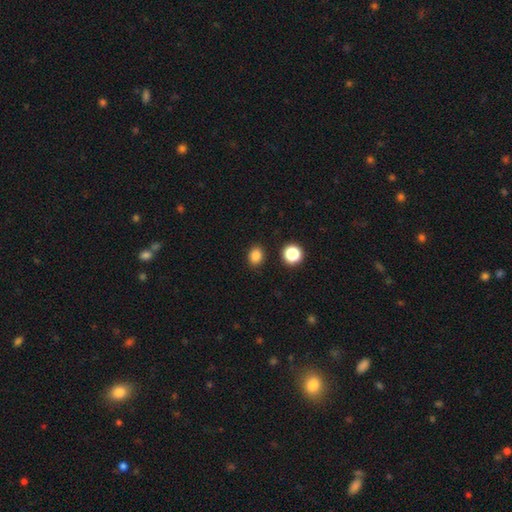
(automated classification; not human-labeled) This is clearly a smooth galaxy (84%). How rounded: possibly round (50%). Merging: clearly none (88%).